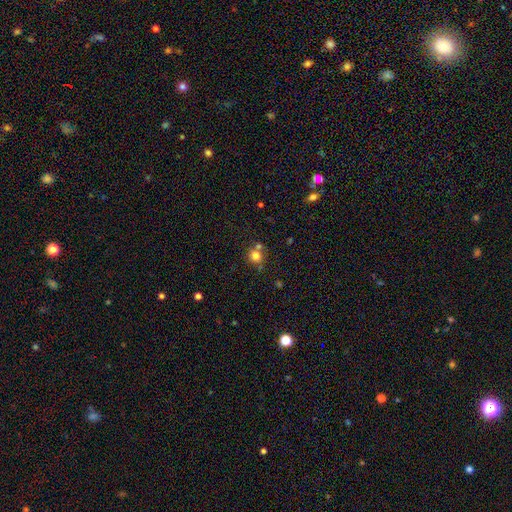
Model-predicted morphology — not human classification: A smooth galaxy with no disk features (79%) that is round (83%).

Vote fractions:
- Smooth or featured? smooth: 79% / star or artifact: 13% / featured or disk: 8%
- How rounded? round: 83% / in between: 16% / cigar-shaped: 1%
- Merging? none: 59% / merger: 27% / minor disturbance: 10% / major disturbance: 4%